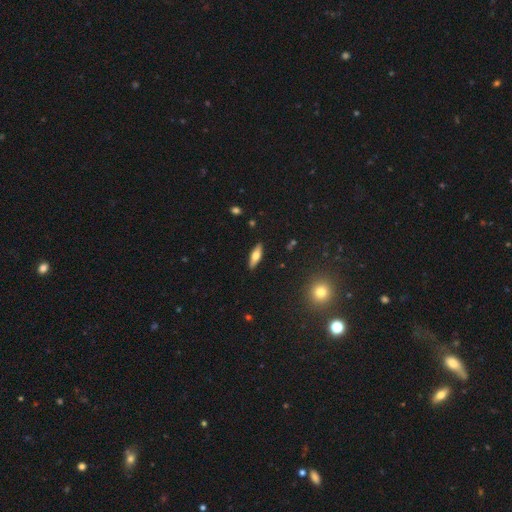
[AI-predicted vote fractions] smooth-or-featured: smooth: 54% | featured or disk: 39% | star or artifact: 7%
  how-rounded: cigar-shaped: 49% (tied) | in between: 49% (tied) | round: 3%
  merging: none: 89% | minor disturbance: 8% | major disturbance: 2% | merger: 1%